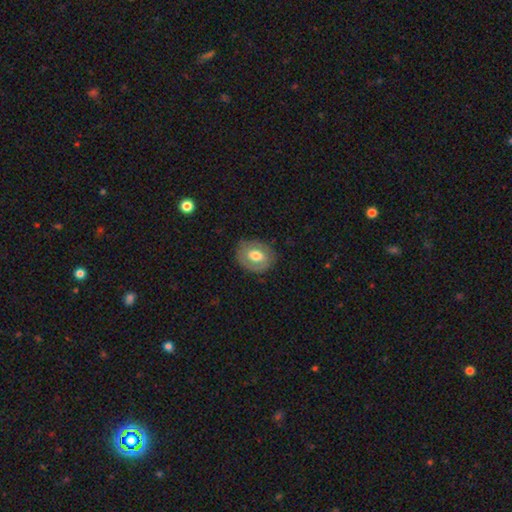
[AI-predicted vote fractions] The model was most divided on "how rounded": in between: 50%, round: 49%, cigar-shaped: 1%. More confident: merging — none (77%); smooth or featured — smooth (54%).